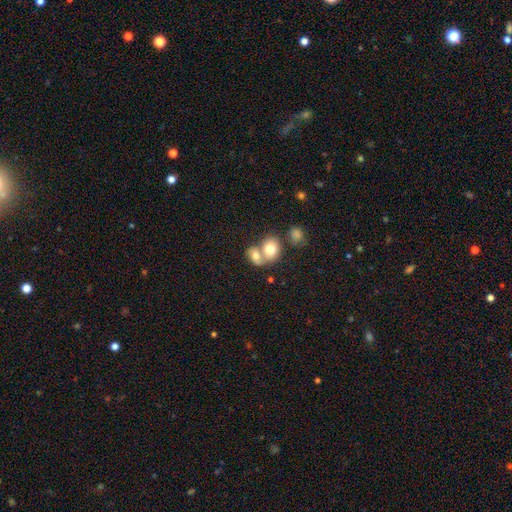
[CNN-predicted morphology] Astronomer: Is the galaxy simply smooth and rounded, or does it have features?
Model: smooth — 74%.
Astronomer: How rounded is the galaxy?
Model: in between — 54% (runner-up: round, 45%).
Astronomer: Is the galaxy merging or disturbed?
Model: merger — 66%.